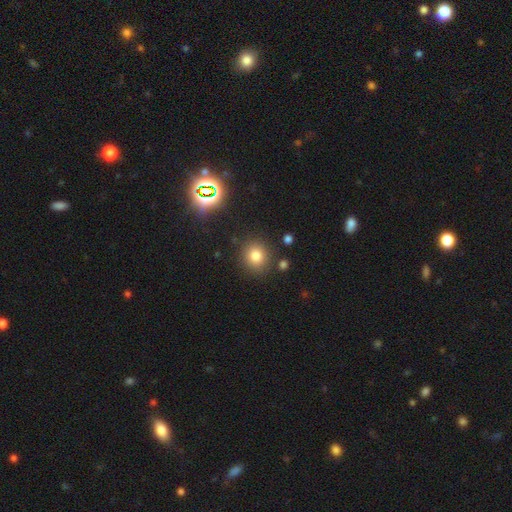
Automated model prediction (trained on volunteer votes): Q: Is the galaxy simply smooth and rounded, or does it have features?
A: smooth — 78%.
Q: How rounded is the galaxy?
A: round — 84%.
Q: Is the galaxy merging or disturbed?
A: none — 86%.